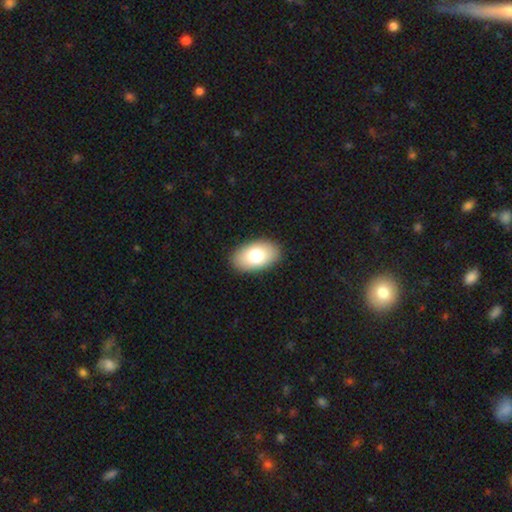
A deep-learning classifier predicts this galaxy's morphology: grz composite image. It shows a smooth galaxy with no disk features (78%) that is in between round and cigar-shaped (93%). Merging: none (90%).